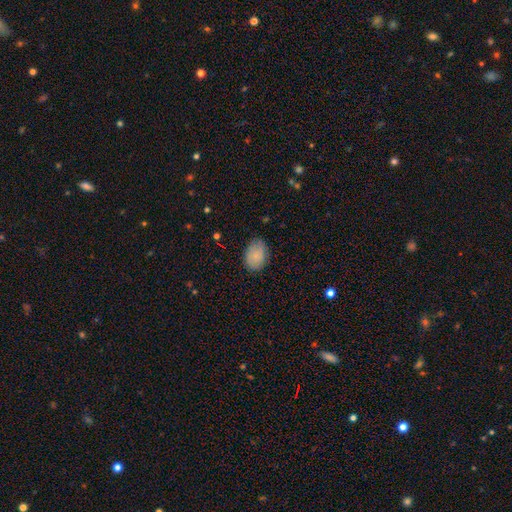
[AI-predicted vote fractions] This appears to be a smooth galaxy with no disk features (86%) that is in between round and cigar-shaped (78%). Merging: none (81%).